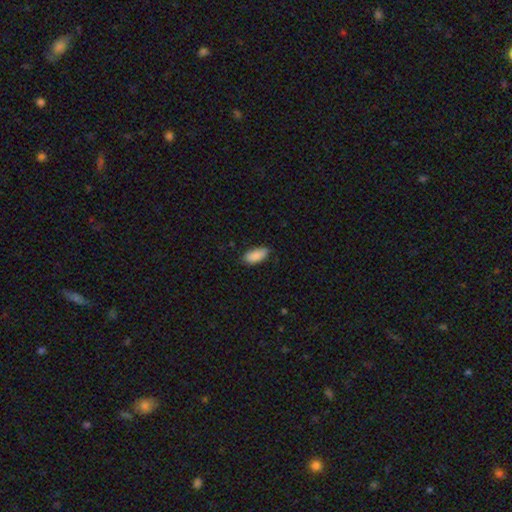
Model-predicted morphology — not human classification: The model was most divided on "merging": none: 79%, minor disturbance: 17%, major disturbance: 3%, merger: 1%. More confident: how rounded — in between (90%); smooth or featured — smooth (89%).